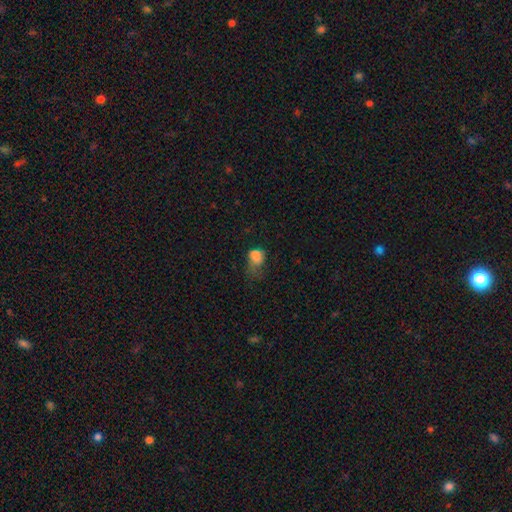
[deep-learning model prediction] Q: Smooth or featured?
A: smooth (79%); runner-up: star or artifact (12%)
Q: How rounded?
A: in between (56%); runner-up: round (42%)
Q: Merging?
A: major disturbance (42%); runner-up: minor disturbance (30%)